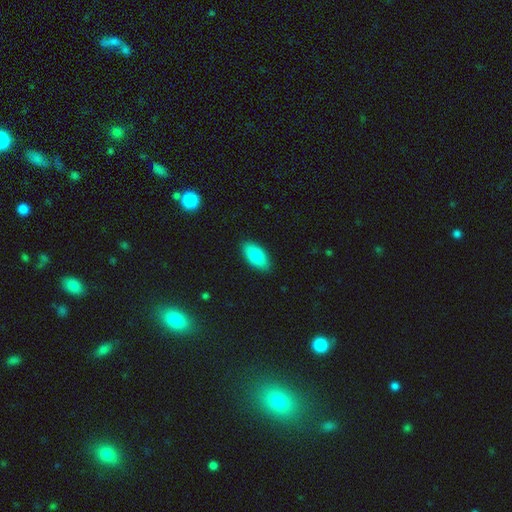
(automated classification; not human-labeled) A smooth galaxy with no disk features (83%) that is in between round and cigar-shaped (91%). Merging: none (88%).